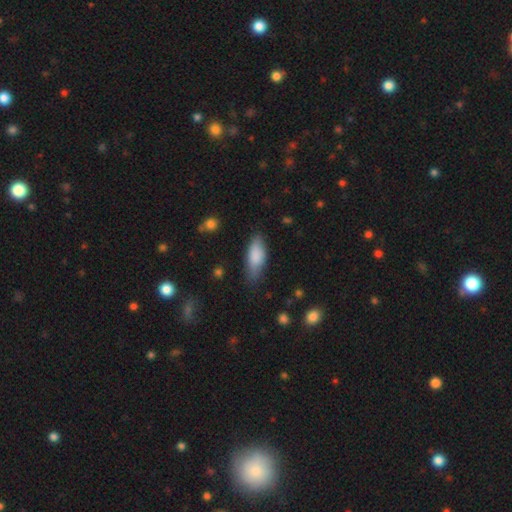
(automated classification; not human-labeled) smooth-or-featured: smooth: 83% | featured or disk: 11% | star or artifact: 6%
  how-rounded: in between: 74% | cigar-shaped: 24% | round: 2%
  merging: none: 72% | minor disturbance: 22% | major disturbance: 5% | merger: 2%